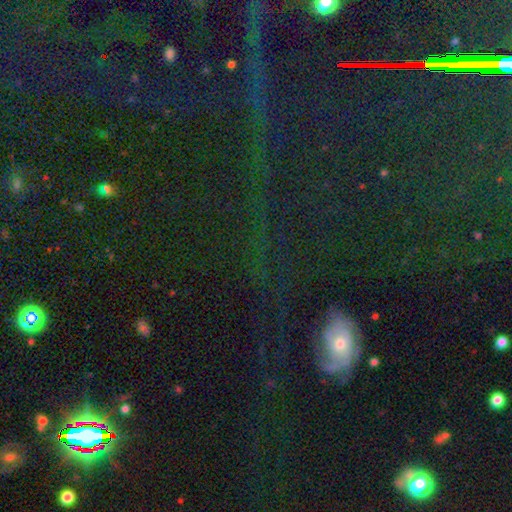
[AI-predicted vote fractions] Smooth or featured: star or artifact — 56% (smooth — 23%)